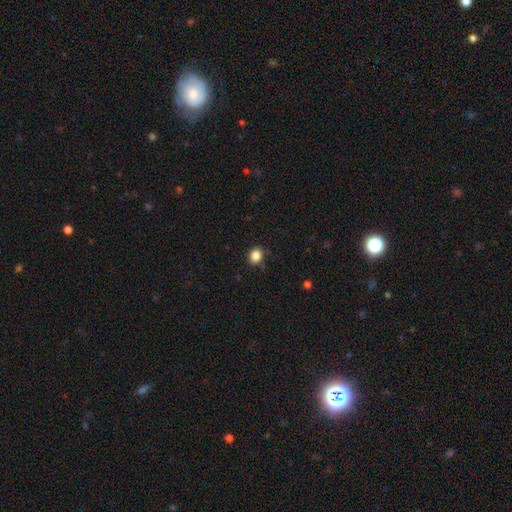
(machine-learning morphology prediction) This appears to be a smooth galaxy with no disk features (86%) that is round (63%). Merging: none (85%).